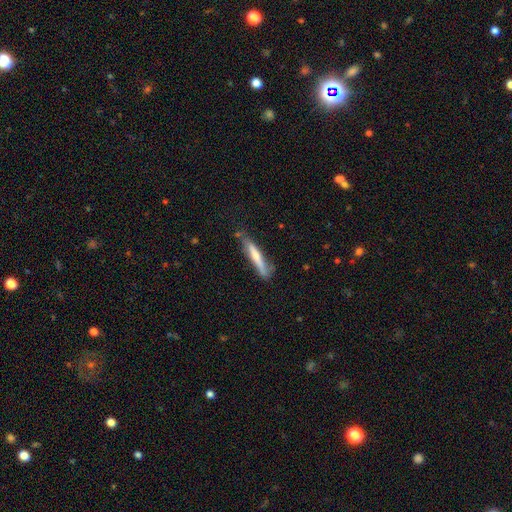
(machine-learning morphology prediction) A featured or disk galaxy (49%). Merging: none (74%).